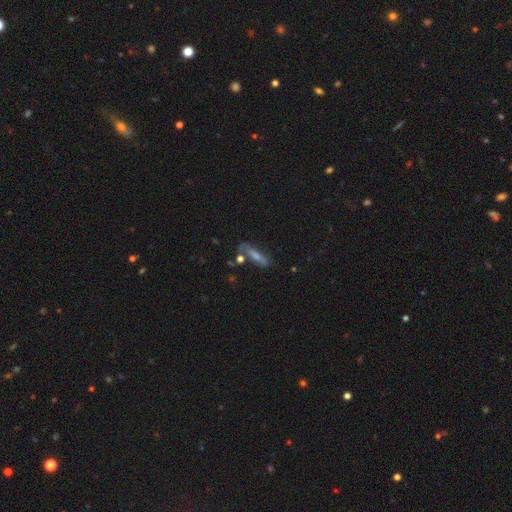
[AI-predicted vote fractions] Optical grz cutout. It shows a featured or disk galaxy (48%). Merging: none (60%).